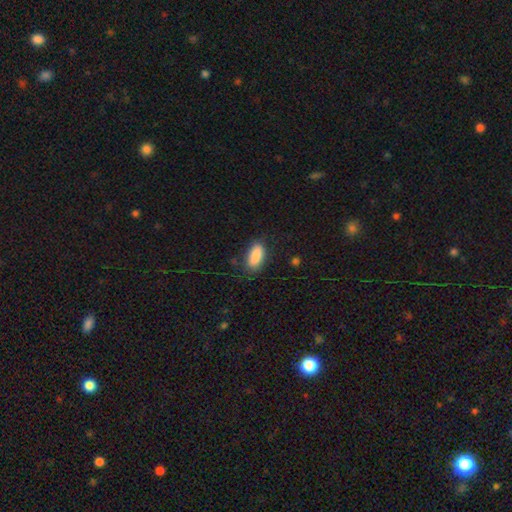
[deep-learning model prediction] The model was most divided on "merging": none: 77%, minor disturbance: 17%, major disturbance: 4%, merger: 2%. More confident: smooth or featured — smooth (87%); how rounded — in between (85%).